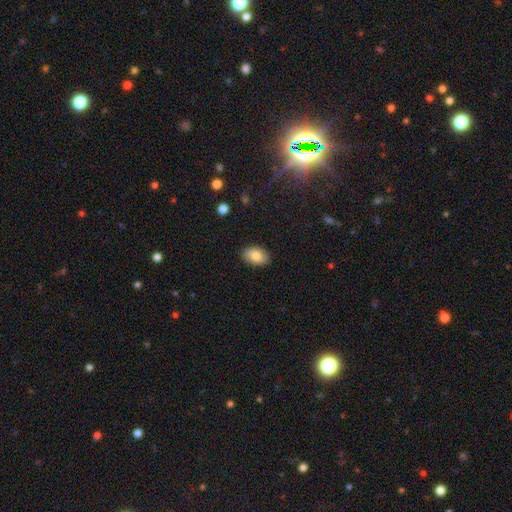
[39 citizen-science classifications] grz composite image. It shows a smooth galaxy with no disk features (79%) that is in between round and cigar-shaped (81%). Merging: none (92%).